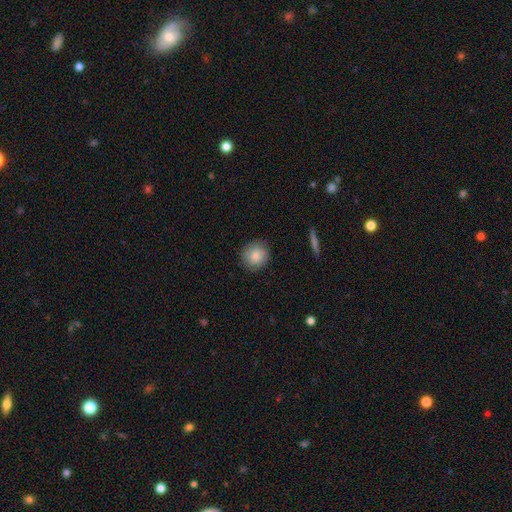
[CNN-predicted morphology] This is clearly a smooth galaxy (85%). How rounded: clearly round (88%). Merging: clearly none (86%).